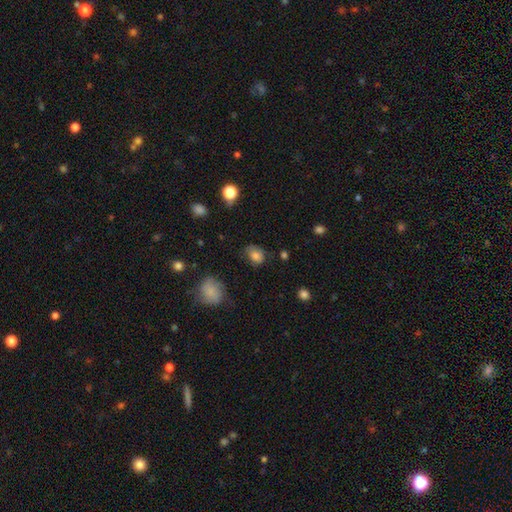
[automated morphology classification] smooth_or_featured: smooth (p=0.78) [alt: featured or disk p=0.11]
how_rounded: in between (p=0.56) [alt: round p=0.43]
merging: none (p=0.62) [alt: minor disturbance p=0.26]